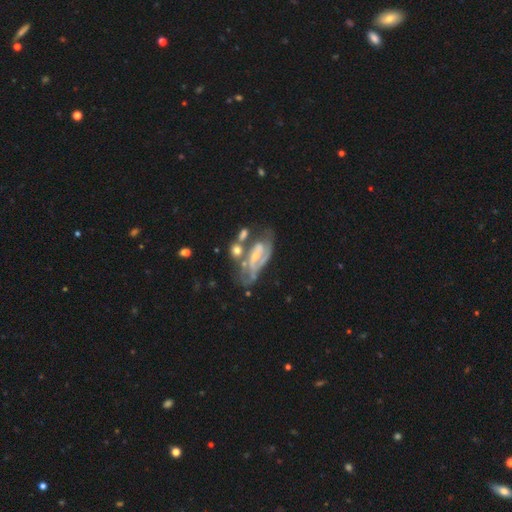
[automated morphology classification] smooth-or-featured: featured or disk: 82% | smooth: 12% | star or artifact: 6%
  disk-edge-on: no: 94% | yes: 6%
    bar: weak: 39% | no: 38% | strong: 23%
    has-spiral-arms: yes: 89% | no: 11%
      spiral-winding: medium: 43% | tight: 42% | loose: 15%
      spiral-arm-count: 2: 65% | can't tell: 17% | 1: 10% | 3: 6% | 4: 2% | more than 4: 2%
    bulge-size: small: 58% | moderate: 35% | none: 4% | large: 2% | dominant: 1%
  merging: none: 36% | merger: 26% | minor disturbance: 20% | major disturbance: 17%